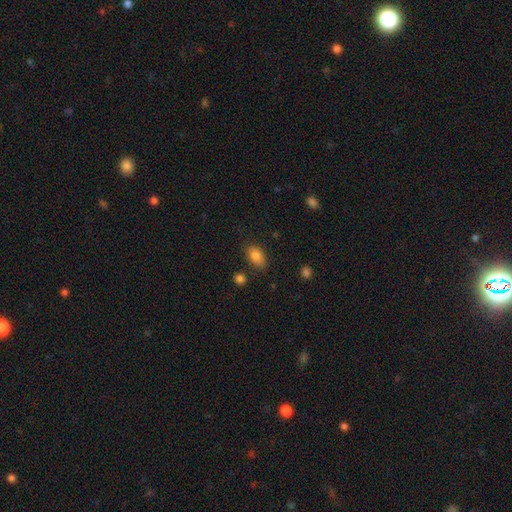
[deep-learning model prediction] A smooth galaxy with no disk features (83%) that is in between round and cigar-shaped (88%). Merging: none (79%).